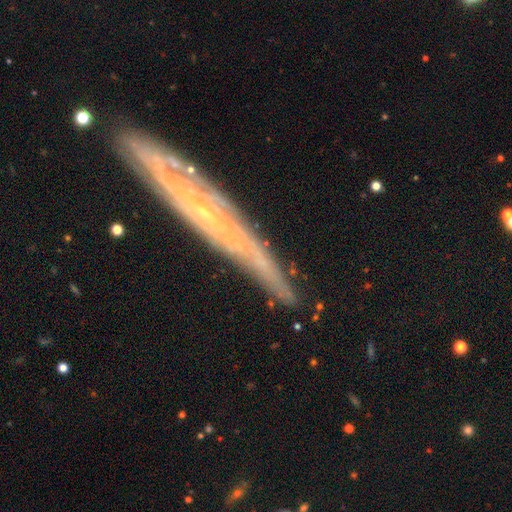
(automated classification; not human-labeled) Smooth or featured? Predicted: featured or disk (p=0.81). Edge-on disk? Predicted: yes (p=0.59). Merging? Predicted: none (p=0.80).